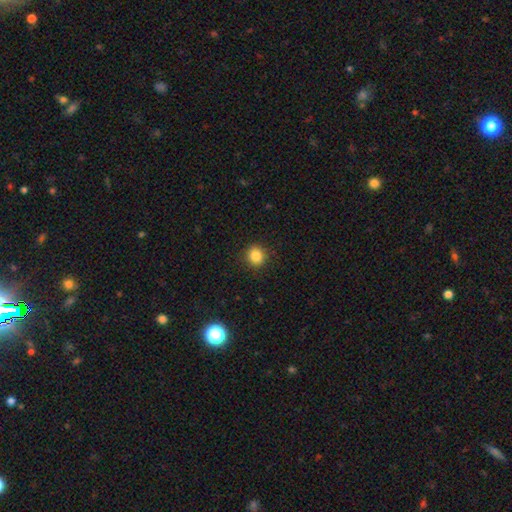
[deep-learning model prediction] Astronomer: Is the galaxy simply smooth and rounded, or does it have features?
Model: smooth — 85%.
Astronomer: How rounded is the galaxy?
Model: round — 87%.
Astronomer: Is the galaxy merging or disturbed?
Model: none — 90%.